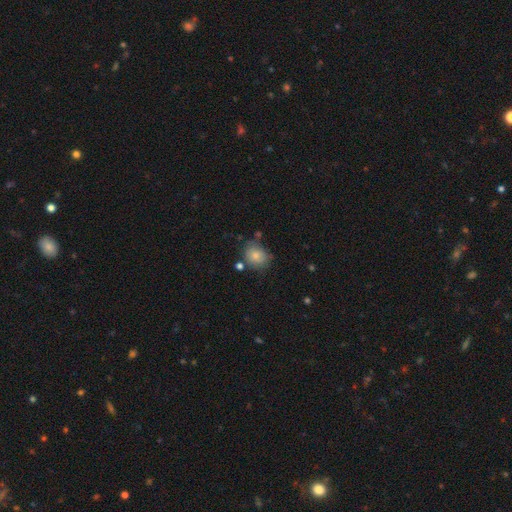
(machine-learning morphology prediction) A smooth galaxy with no disk features (78%) that is round (64%). Merging: none (66%).